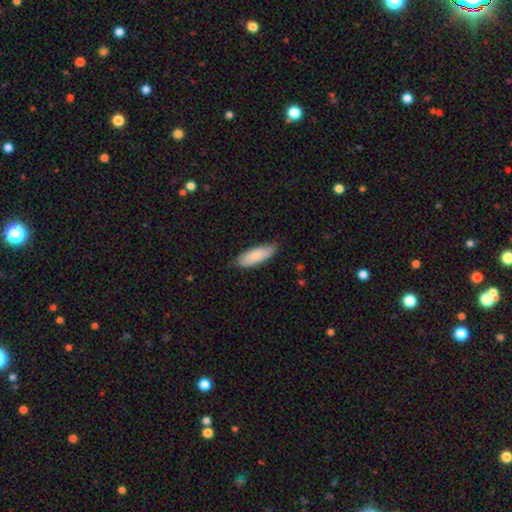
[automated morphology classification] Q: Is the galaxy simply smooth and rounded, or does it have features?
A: smooth — 80%.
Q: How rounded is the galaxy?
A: in between — 68%.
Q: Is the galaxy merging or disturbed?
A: none — 76%.